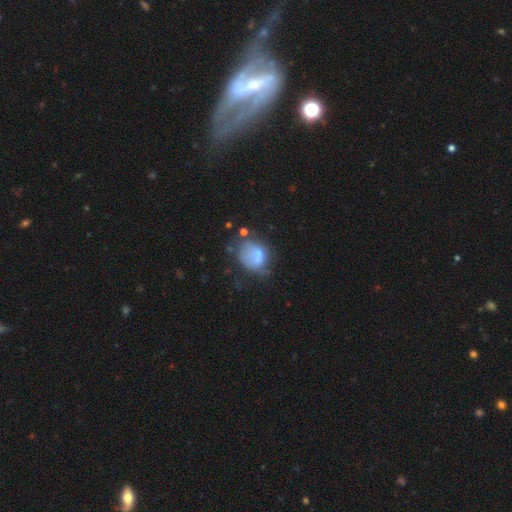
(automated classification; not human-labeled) smooth-or-featured: smooth: 64% | featured or disk: 26% | star or artifact: 10%
  how-rounded: in between: 51% | round: 48% | cigar-shaped: 1%
  merging: none: 33% | minor disturbance: 30% | major disturbance: 27% | merger: 11%